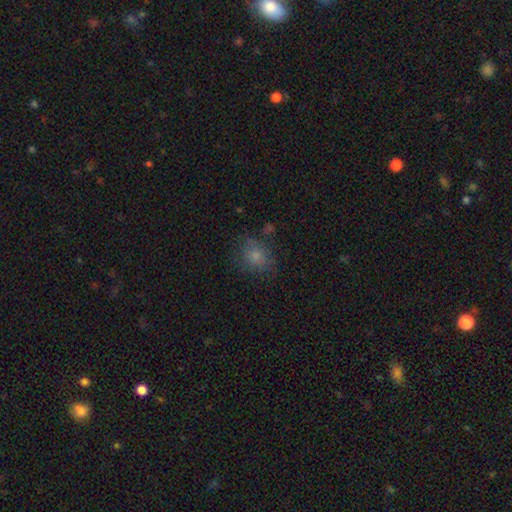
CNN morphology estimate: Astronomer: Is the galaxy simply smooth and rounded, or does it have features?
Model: smooth — 76%.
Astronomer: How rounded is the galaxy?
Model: round — 56% (runner-up: in between, 43%).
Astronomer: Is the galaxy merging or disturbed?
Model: none — 68%.